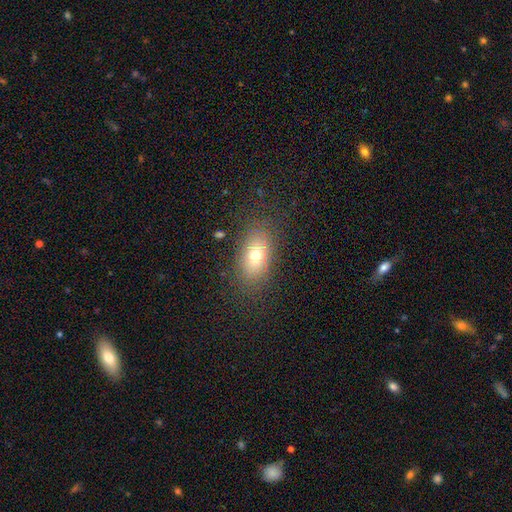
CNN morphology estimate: smooth-or-featured: smooth: 69% | featured or disk: 19% | star or artifact: 12%
  how-rounded: in between: 84% | round: 12% | cigar-shaped: 4%
  merging: none: 80% | minor disturbance: 12% | major disturbance: 6% | merger: 1%